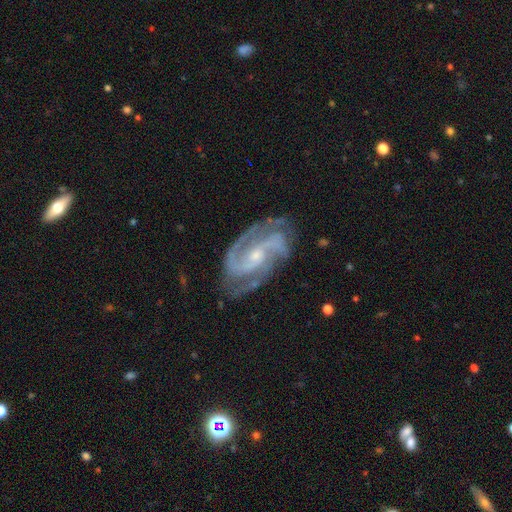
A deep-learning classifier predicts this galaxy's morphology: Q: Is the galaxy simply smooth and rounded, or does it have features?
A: featured or disk — 92%.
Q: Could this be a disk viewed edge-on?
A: no — 97%.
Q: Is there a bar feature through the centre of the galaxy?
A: weak — 40%.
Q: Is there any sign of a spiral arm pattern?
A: yes — 99%.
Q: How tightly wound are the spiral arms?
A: medium — 53%.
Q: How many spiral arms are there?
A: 2 — 72%.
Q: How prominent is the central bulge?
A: small — 63%.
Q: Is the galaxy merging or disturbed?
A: none — 78%.